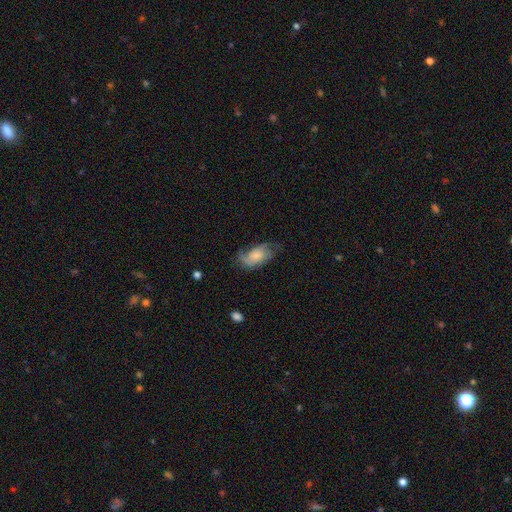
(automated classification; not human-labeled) featured or disk 60%, smooth 33%, star or artifact 7%. Down the decision tree: edge-on disk — no (95%); bar — no (70%); spiral arms — yes (88%); bulge size — moderate (33%); merging — none (53%).